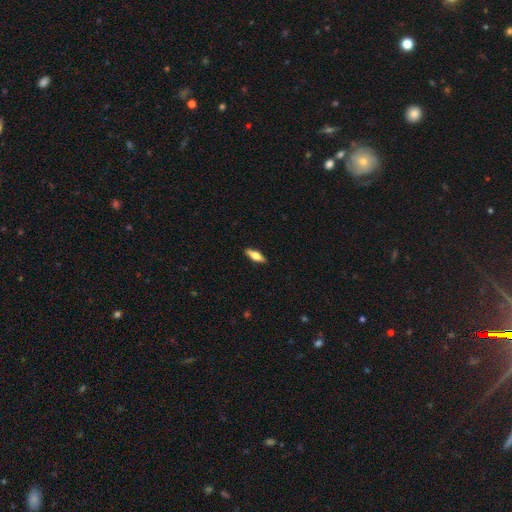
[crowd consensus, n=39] smooth_or_featured: featured or disk (p=0.49) [alt: smooth p=0.46]
disk_edge_on: yes (p=0.84) [alt: no p=0.16]
edge_on_bulge: rounded (p=1.00)
merging: none (p=0.92) [alt: minor disturbance p=0.08]